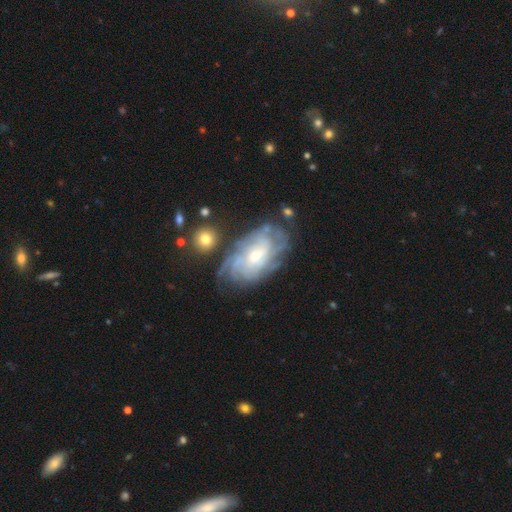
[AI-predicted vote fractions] This appears to be a featured or disk galaxy (83%) with no bar (53%), tight (66%) spiral arms (94%) and a small central bulge (52%). Merging: none (65%).